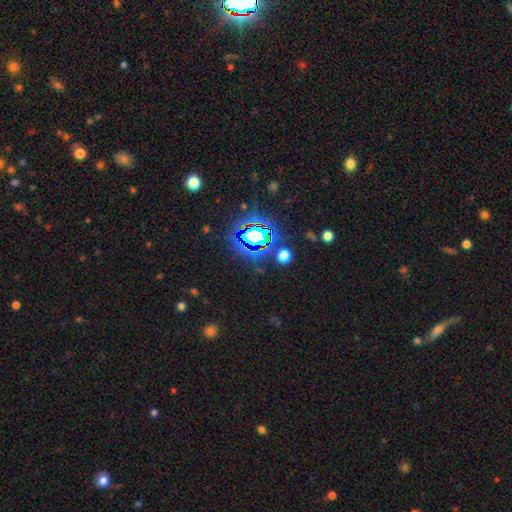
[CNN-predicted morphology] type=star or artifact (80%).